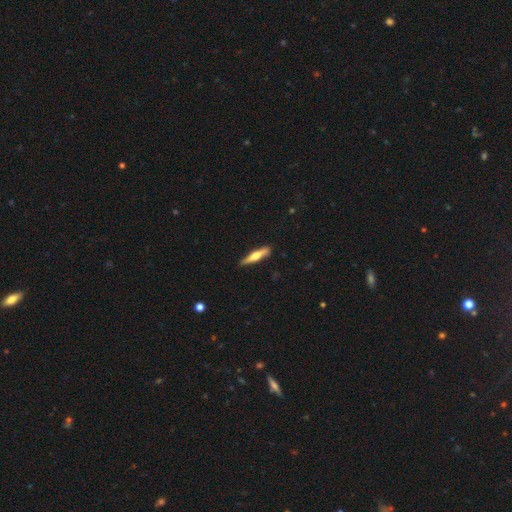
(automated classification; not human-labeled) The model was most divided on "smooth or featured" (2-way tie): featured or disk: 47%, smooth: 47%, star or artifact: 5%. More confident: merging — none (84%).